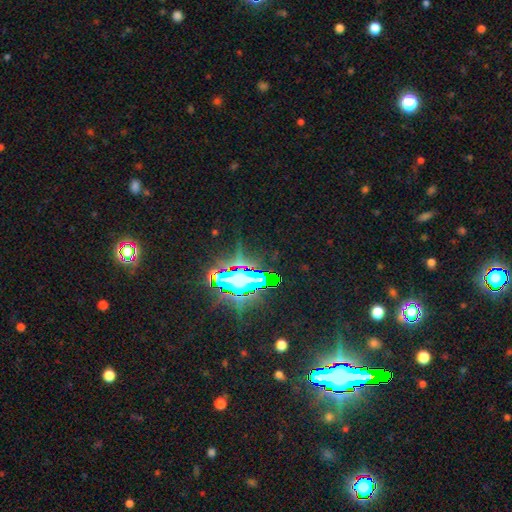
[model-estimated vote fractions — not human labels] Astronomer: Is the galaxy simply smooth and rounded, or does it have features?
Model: star or artifact — 77%.